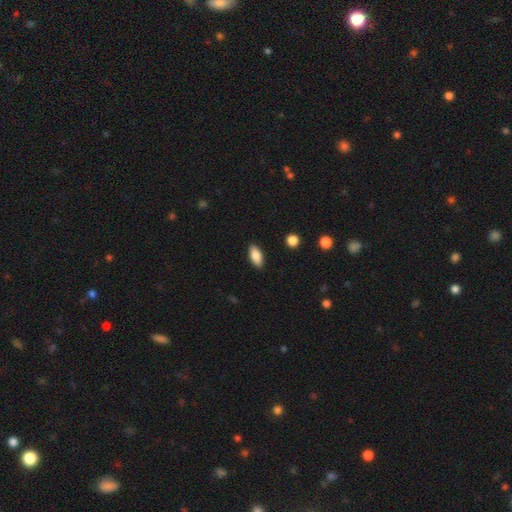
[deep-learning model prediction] Smooth or featured: smooth — 85% (featured or disk — 8%)
How rounded: in between — 86% (cigar-shaped — 12%)
Merging: none — 89% (minor disturbance — 8%)